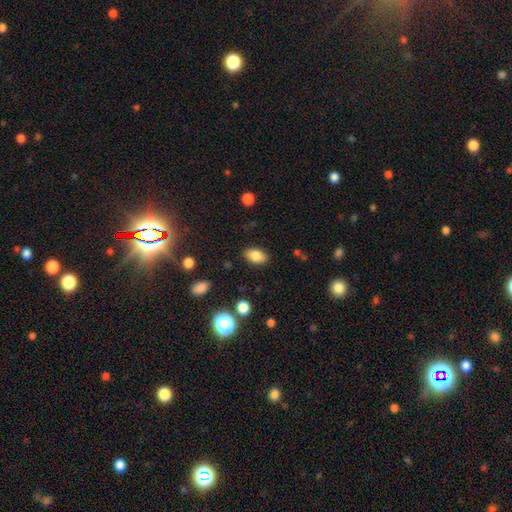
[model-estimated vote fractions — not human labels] Q: Smooth or featured?
A: smooth (83%); runner-up: star or artifact (9%)
Q: How rounded?
A: in between (89%); runner-up: round (9%)
Q: Merging?
A: none (86%); runner-up: minor disturbance (10%)